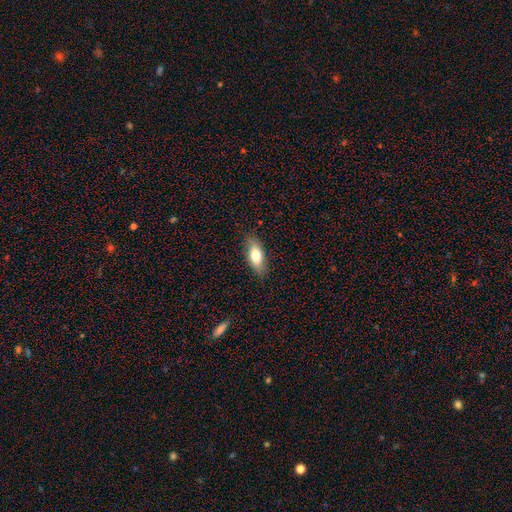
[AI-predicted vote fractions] smooth-or-featured: smooth: 74% | featured or disk: 19% | star or artifact: 7%
  how-rounded: in between: 81% | cigar-shaped: 16% | round: 3%
  merging: none: 84% | minor disturbance: 13% | major disturbance: 3% | merger: 1%